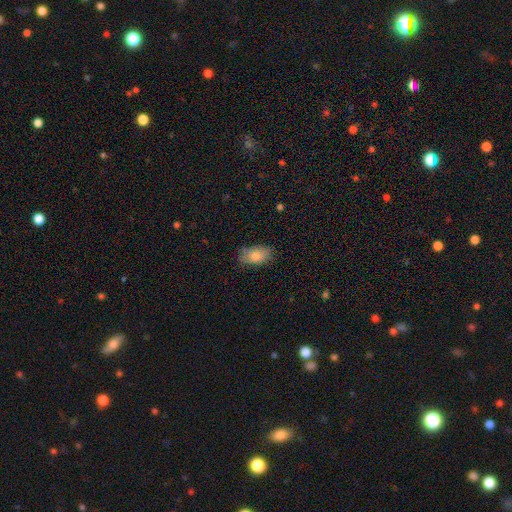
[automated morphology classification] Overall: smooth (80%). How rounded: in between (91%). Merging: none (79%).